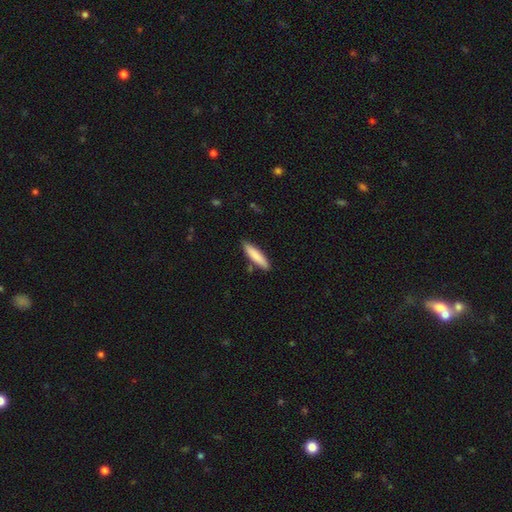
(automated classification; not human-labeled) smooth 83%, featured or disk 12%, star or artifact 5%. Down the decision tree: how rounded — cigar-shaped (80%); merging — none (85%).